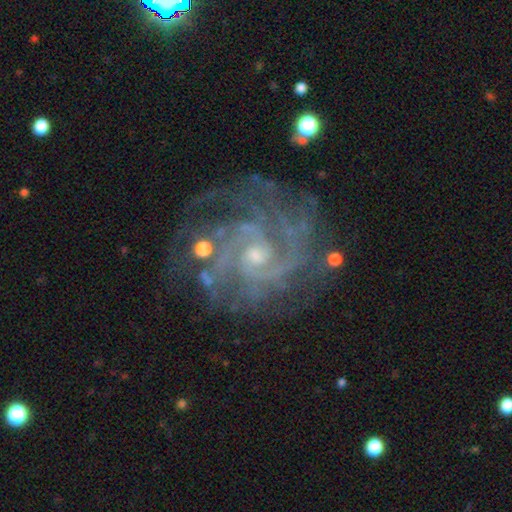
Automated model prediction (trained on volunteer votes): The model was most divided on "spiral arm count": 3: 26%, 2: 24%, 4: 18%, can't tell: 16%, more than 4: 9%, 1: 8%. More confident: spiral arms — yes (98%); edge-on disk — no (98%); smooth or featured — featured or disk (92%); merging — none (70%); bar — no (64%); spiral winding — tight (62%); bulge size — small (59%).